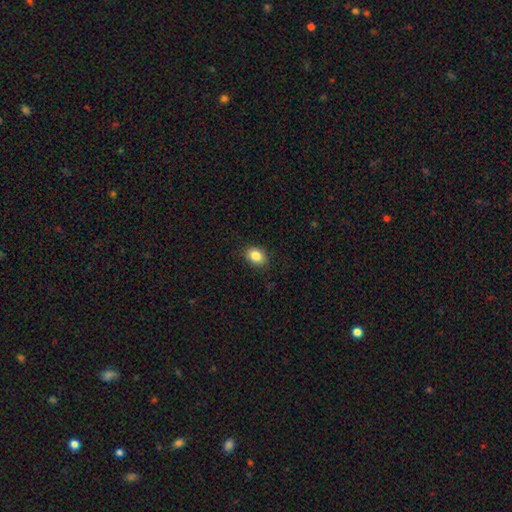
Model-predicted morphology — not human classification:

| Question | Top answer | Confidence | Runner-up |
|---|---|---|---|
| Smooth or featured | smooth | 86% | star or artifact (9%) |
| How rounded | in between | 71% | round (28%) |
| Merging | none | 88% | minor disturbance (9%) |